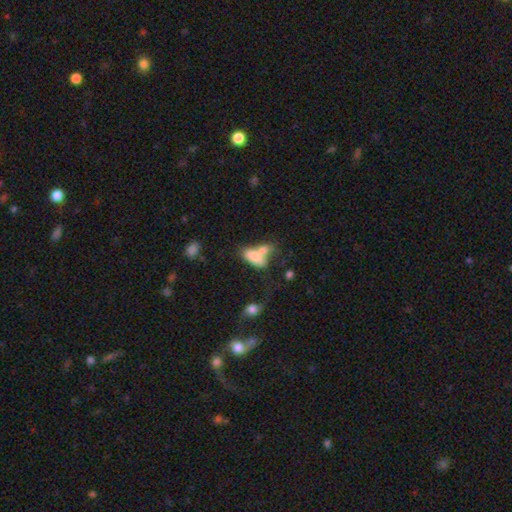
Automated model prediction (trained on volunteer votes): Smooth or featured: smooth — 74% (featured or disk — 18%)
How rounded: in between — 85% (cigar-shaped — 9%)
Merging: merger — 58% (none — 21%)